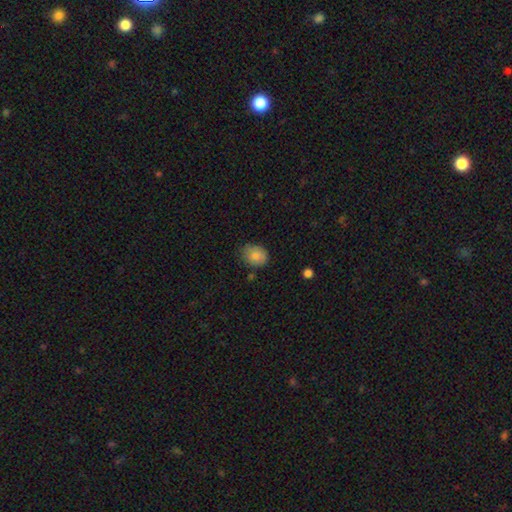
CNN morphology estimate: Smooth or featured? smooth (84%)
How rounded? in between (55%)
Merging? none (73%)